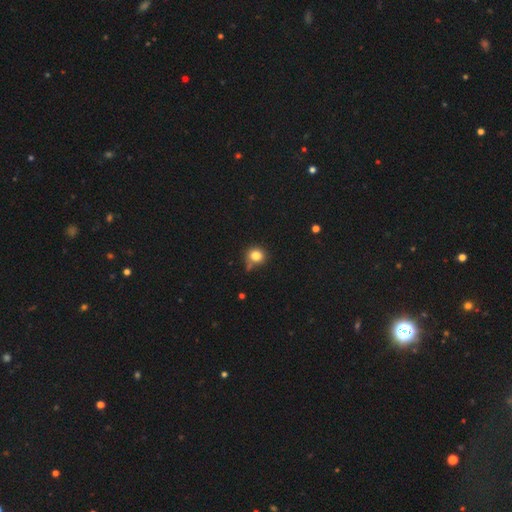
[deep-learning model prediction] smooth-or-featured: smooth: 82% | star or artifact: 12% | featured or disk: 7%
  how-rounded: round: 85% | in between: 14% | cigar-shaped: 1%
  merging: none: 65% | minor disturbance: 19% | merger: 11% | major disturbance: 6%